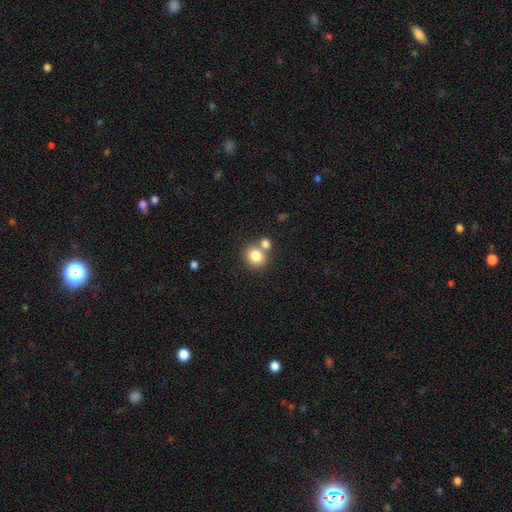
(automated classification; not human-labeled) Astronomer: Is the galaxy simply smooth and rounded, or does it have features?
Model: smooth — 81%.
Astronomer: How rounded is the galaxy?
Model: round — 77%.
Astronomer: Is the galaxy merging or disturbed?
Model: none — 59%.